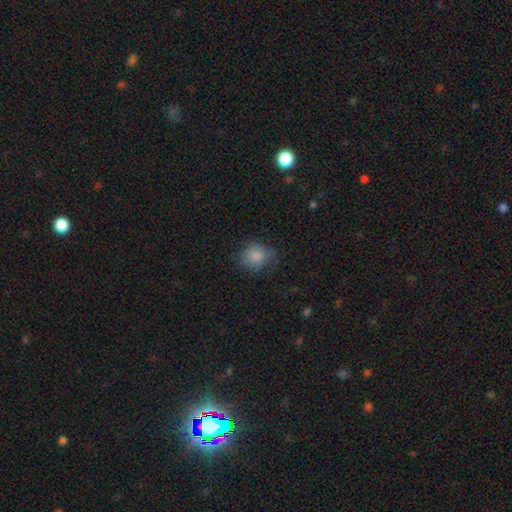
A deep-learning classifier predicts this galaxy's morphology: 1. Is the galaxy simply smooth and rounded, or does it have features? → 84% smooth, 9% star or artifact, 7% featured or disk.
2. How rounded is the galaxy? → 68% round, 31% in between, 1% cigar-shaped.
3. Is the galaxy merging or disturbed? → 67% none, 24% minor disturbance, 8% major disturbance, 1% merger.